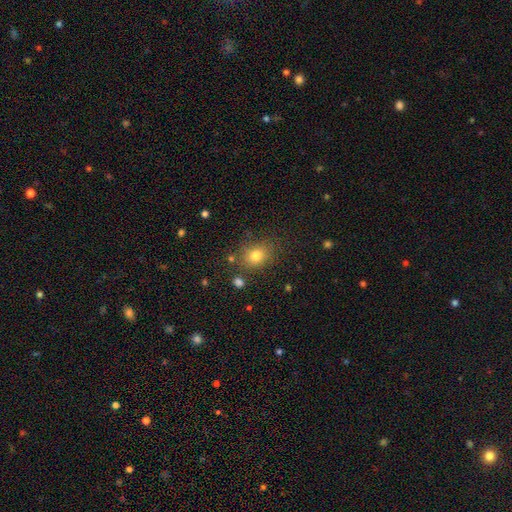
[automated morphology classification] Q: Smooth or featured?
A: smooth (78%); runner-up: star or artifact (13%)
Q: How rounded?
A: round (54%); runner-up: in between (45%)
Q: Merging?
A: none (77%); runner-up: minor disturbance (14%)